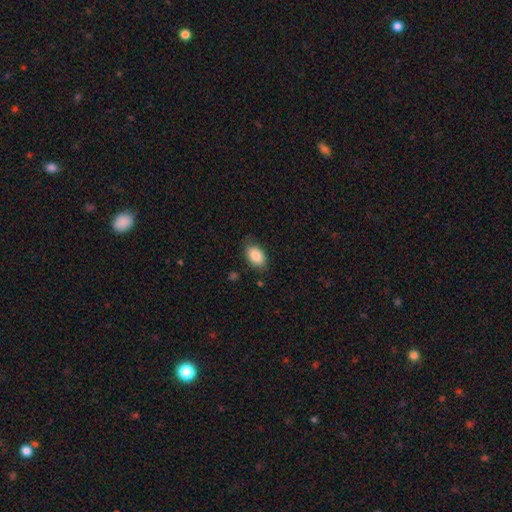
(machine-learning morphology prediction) Smooth or featured? smooth (87%)
How rounded? in between (90%)
Merging? none (78%)